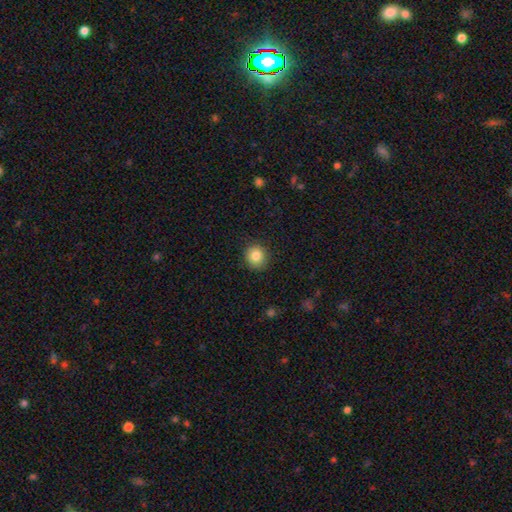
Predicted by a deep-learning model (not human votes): smooth_or_featured: smooth (p=0.83) [alt: star or artifact p=0.10]
how_rounded: round (p=0.85) [alt: in between p=0.14]
merging: none (p=0.88) [alt: minor disturbance p=0.08]